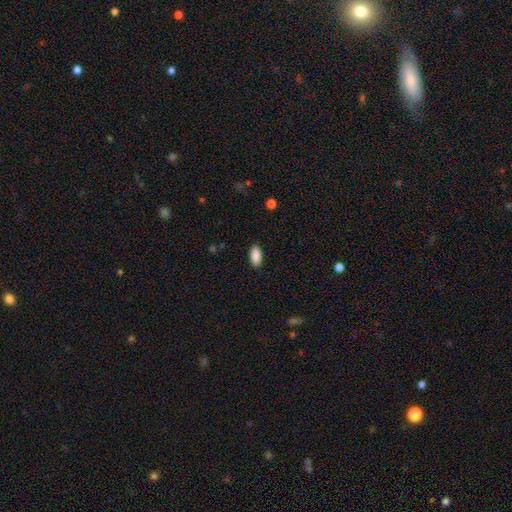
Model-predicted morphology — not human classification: Overall: smooth (89%). How rounded: in between (90%). Merging: none (88%).